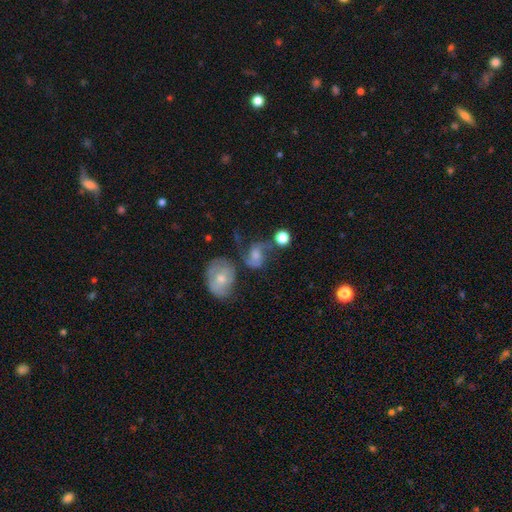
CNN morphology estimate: The model was most divided on "merging": none: 33%, merger: 24%, major disturbance: 23%, minor disturbance: 19%. Remaining: edge-on disk — no (97%); spiral arms — yes (83%); bar — no (62%); smooth or featured — featured or disk (54%); bulge size — moderate (48%).